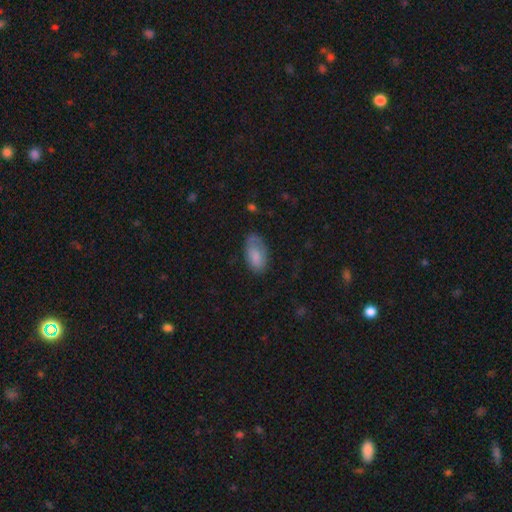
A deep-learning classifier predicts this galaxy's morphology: The model was most divided on "merging": none: 61%, minor disturbance: 28%, major disturbance: 9%, merger: 2%. More confident: how rounded — in between (94%); smooth or featured — smooth (78%).